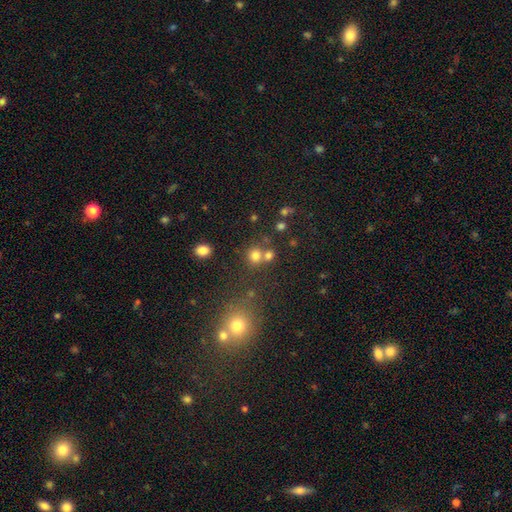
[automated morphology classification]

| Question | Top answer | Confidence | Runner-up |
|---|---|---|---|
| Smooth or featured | smooth | 73% | star or artifact (18%) |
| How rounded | round | 85% | in between (14%) |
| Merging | none | 59% | merger (30%) |